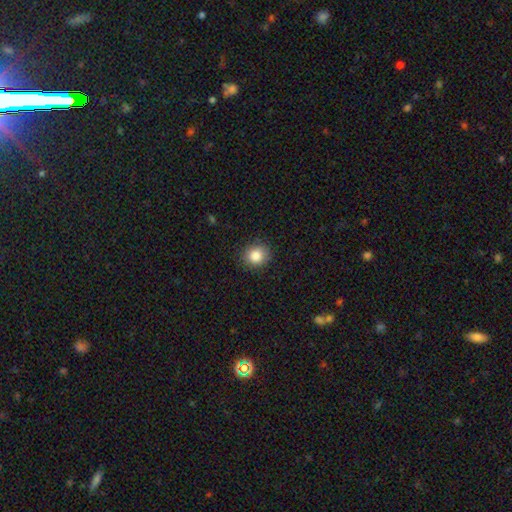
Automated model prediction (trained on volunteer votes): This is clearly a smooth galaxy (86%). How rounded: likely round (80%). Merging: clearly none (87%).